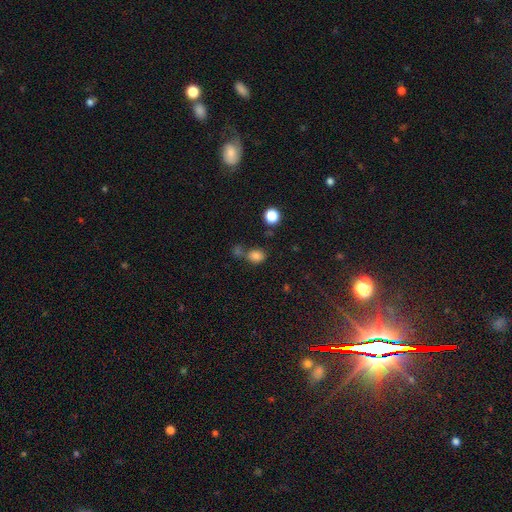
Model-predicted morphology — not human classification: smooth-or-featured: smooth: 79% | star or artifact: 15% | featured or disk: 6%
  how-rounded: round: 52% | in between: 47% | cigar-shaped: 1%
  merging: none: 55% | merger: 27% | minor disturbance: 13% | major disturbance: 6%